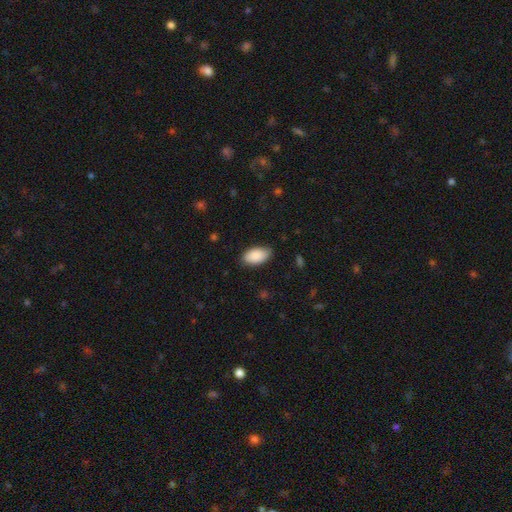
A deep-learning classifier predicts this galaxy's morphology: Smooth or featured? smooth (90%)
How rounded? in between (95%)
Merging? none (81%)